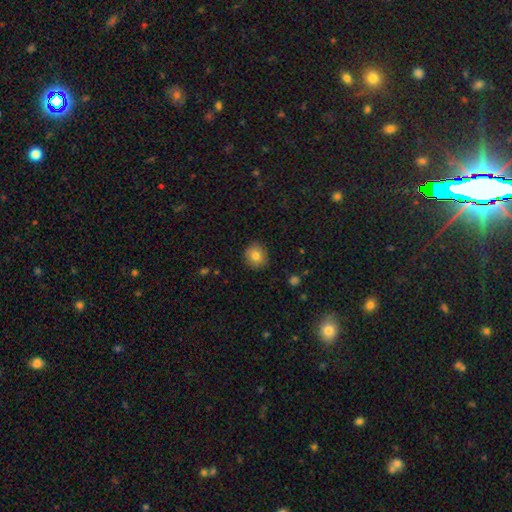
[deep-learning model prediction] Smooth or featured?
  - smooth: 82% *
  - star or artifact: 9%
  - featured or disk: 9%
How rounded?
  - round: 86% *
  - in between: 13%
  - cigar-shaped: 1%
Merging?
  - none: 89% *
  - minor disturbance: 8%
  - major disturbance: 2%
  - merger: 1%